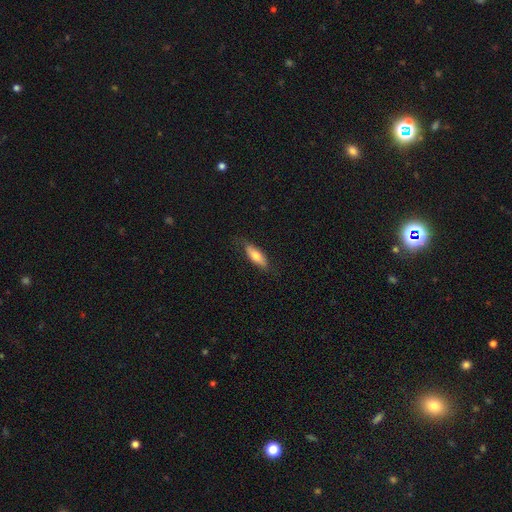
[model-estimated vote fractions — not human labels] Morphology: type=smooth (71%); roundness=in between (64%); merging=none (76%).